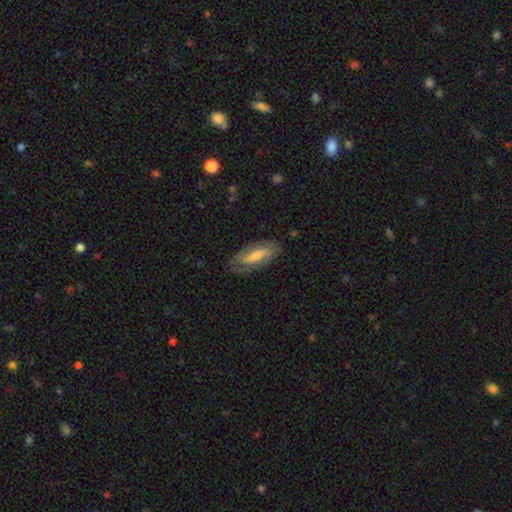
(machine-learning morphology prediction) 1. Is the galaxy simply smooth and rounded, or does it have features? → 48% featured or disk, 45% smooth, 7% star or artifact.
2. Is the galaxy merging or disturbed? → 76% none, 17% minor disturbance, 6% major disturbance, 1% merger.